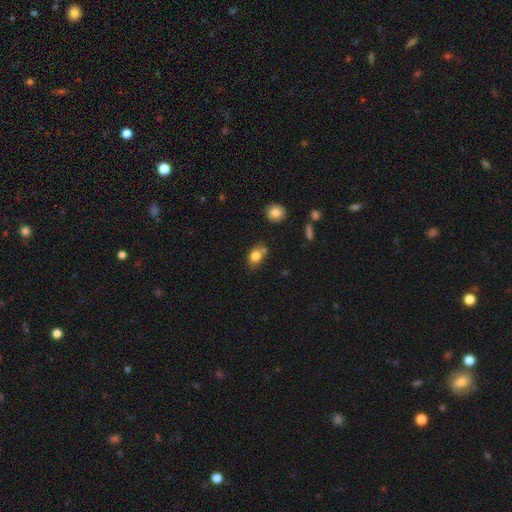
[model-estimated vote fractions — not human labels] Smooth or featured? smooth (80%)
How rounded? in between (57%)
Merging? none (57%)